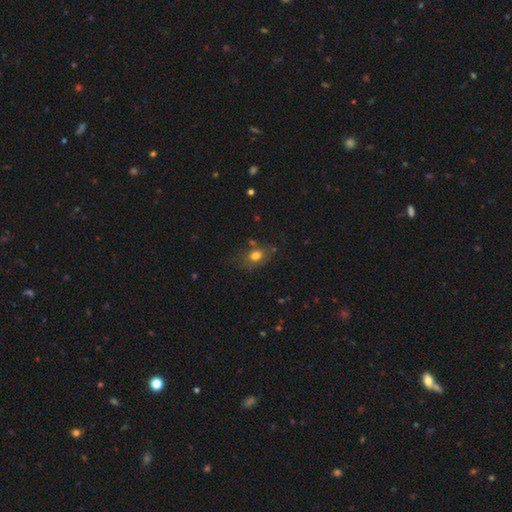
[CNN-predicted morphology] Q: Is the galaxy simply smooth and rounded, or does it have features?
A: smooth — 75%.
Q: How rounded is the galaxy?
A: in between — 69%.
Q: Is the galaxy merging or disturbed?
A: none — 63%.